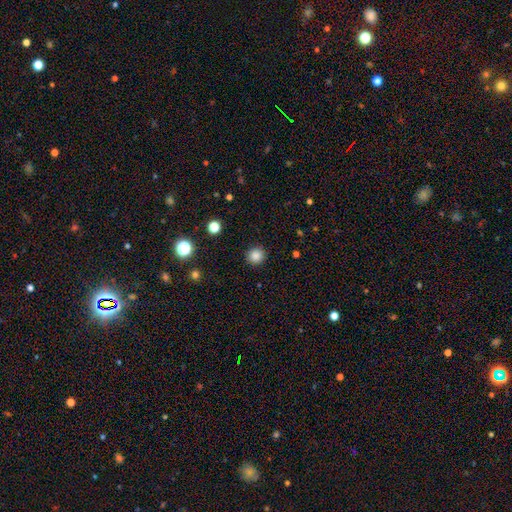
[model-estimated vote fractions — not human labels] This appears to be a smooth galaxy with no disk features (85%) that is round (93%). Merging: none (91%).